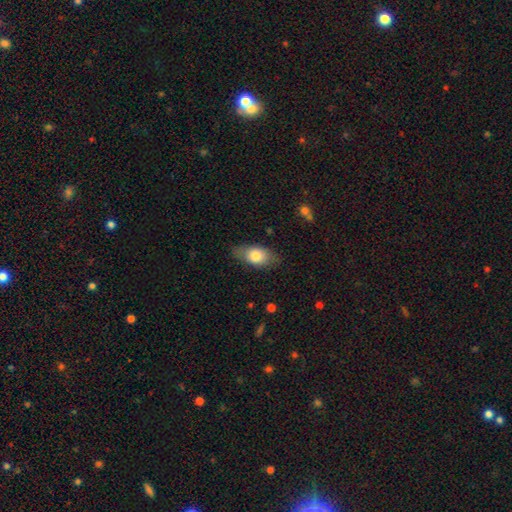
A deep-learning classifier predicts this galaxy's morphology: The model was most divided on "smooth or featured": smooth: 76%, featured or disk: 18%, star or artifact: 7%. More confident: how rounded — in between (86%); merging — none (77%).